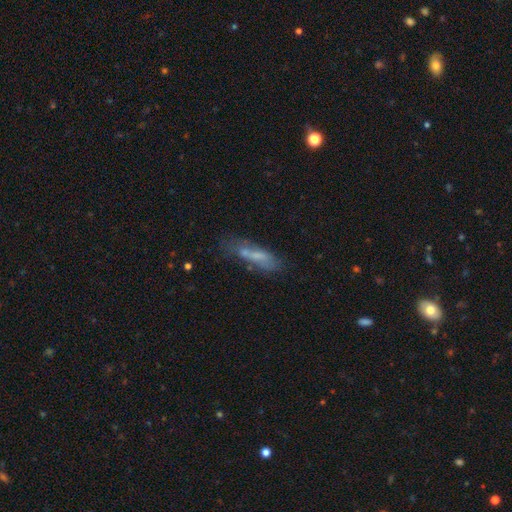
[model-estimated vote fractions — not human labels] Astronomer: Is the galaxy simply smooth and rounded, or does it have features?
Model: smooth — 52% (runner-up: featured or disk, 39%).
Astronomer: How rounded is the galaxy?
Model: cigar-shaped — 67%.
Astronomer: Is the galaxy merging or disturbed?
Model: none — 52%.